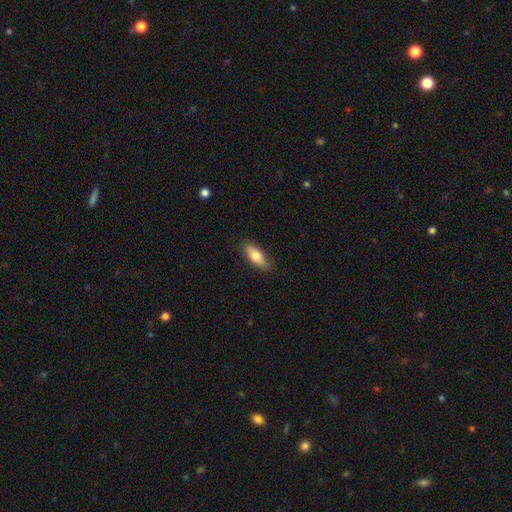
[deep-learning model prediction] This is likely a smooth galaxy (75%). How rounded: likely in between (72%). Merging: clearly none (85%).